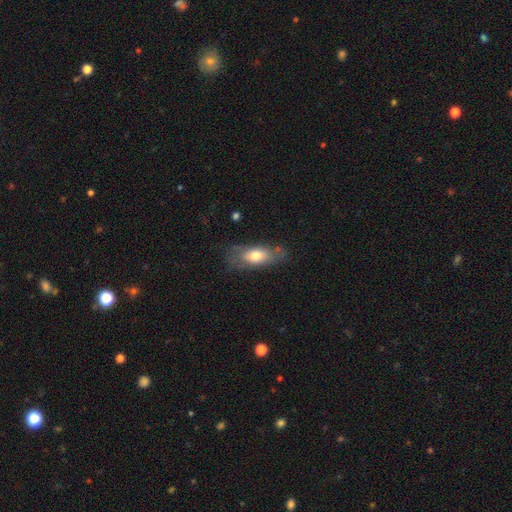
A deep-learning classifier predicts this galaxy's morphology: smooth_or_featured: smooth (p=0.66) [alt: featured or disk p=0.27]
how_rounded: in between (p=0.81) [alt: cigar-shaped p=0.16]
merging: none (p=0.64) [alt: minor disturbance p=0.24]